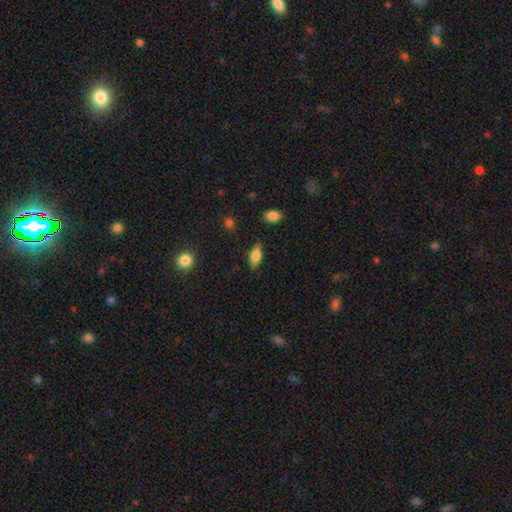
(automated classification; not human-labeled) Smooth or featured? Predicted: smooth (p=0.69). How rounded? Predicted: in between (p=0.76). Merging? Predicted: none (p=0.84).